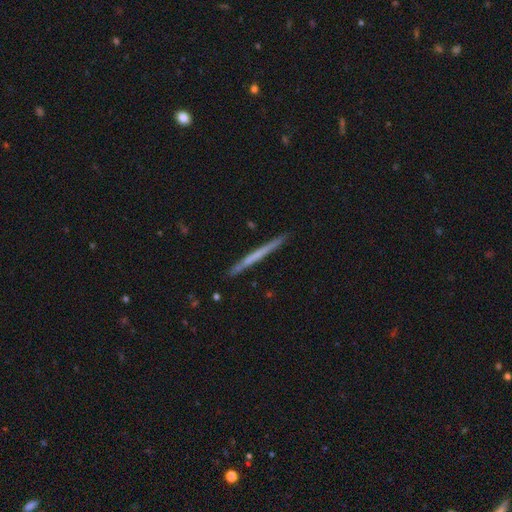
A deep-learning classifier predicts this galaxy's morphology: This appears to be a featured or disk galaxy (49%). Merging: none (91%).